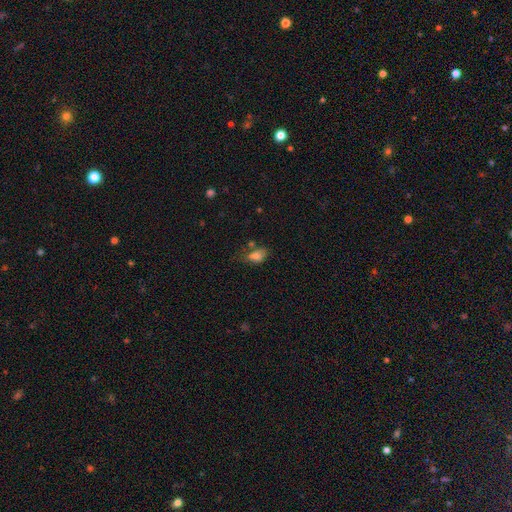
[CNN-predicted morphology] Smooth or featured? Predicted: smooth (p=0.75). How rounded? Predicted: in between (p=0.84). Merging? Predicted: none (p=0.40).